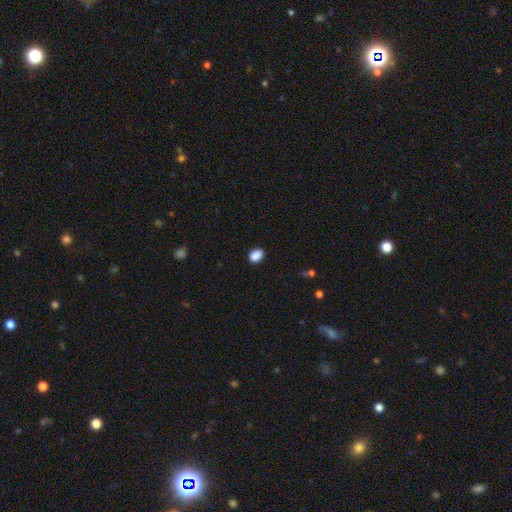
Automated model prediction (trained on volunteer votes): Smooth or featured? smooth (89%)
How rounded? in between (66%)
Merging? none (89%)